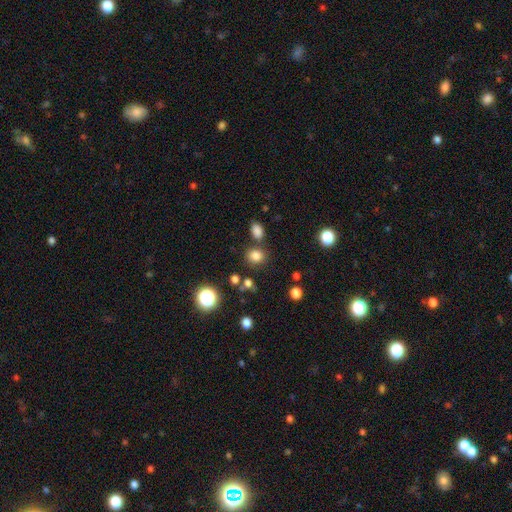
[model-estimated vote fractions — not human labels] Smooth or featured: smooth — 79% (star or artifact — 15%)
How rounded: round — 70% (in between — 29%)
Merging: none — 76% (merger — 11%)